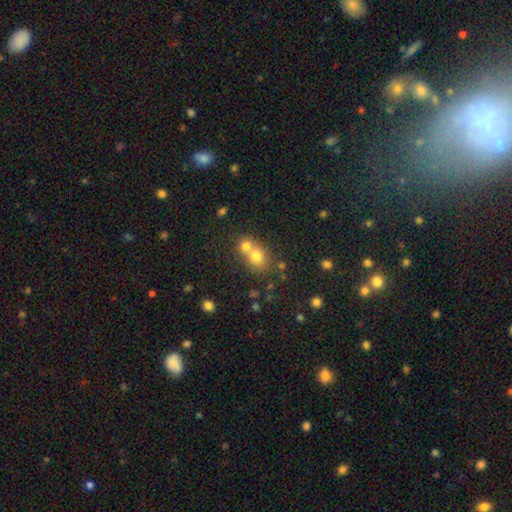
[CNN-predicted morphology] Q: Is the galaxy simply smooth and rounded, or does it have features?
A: smooth — 73%.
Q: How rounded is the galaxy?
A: round — 64%.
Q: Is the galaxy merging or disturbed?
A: merger — 55%.